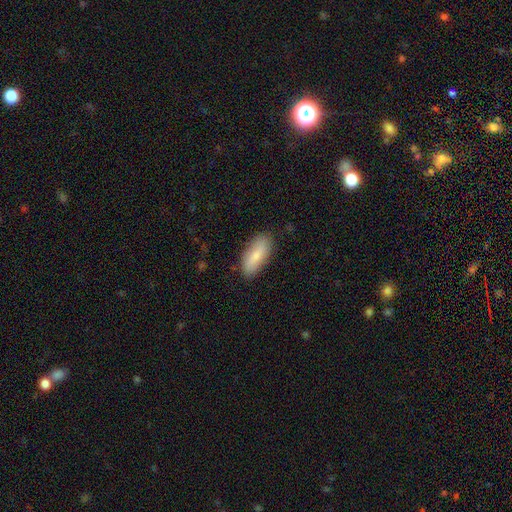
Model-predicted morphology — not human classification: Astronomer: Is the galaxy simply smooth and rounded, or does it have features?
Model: smooth — 78%.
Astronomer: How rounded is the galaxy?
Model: in between — 76%.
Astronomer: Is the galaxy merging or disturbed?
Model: none — 85%.